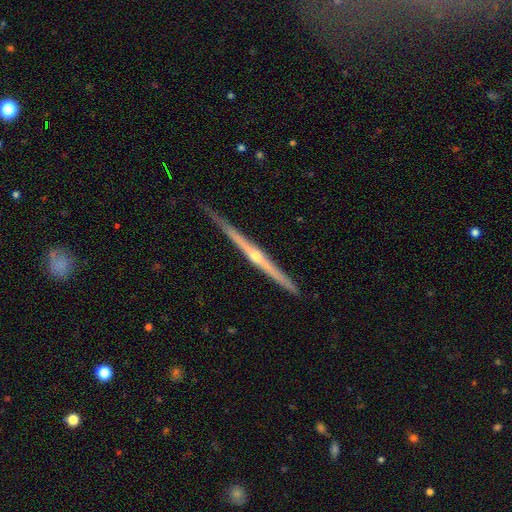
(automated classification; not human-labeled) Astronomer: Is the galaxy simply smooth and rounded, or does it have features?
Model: featured or disk — 84%.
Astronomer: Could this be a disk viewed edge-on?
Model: yes — 98%.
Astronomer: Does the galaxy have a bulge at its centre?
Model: rounded — 82%.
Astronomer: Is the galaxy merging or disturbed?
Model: none — 86%.